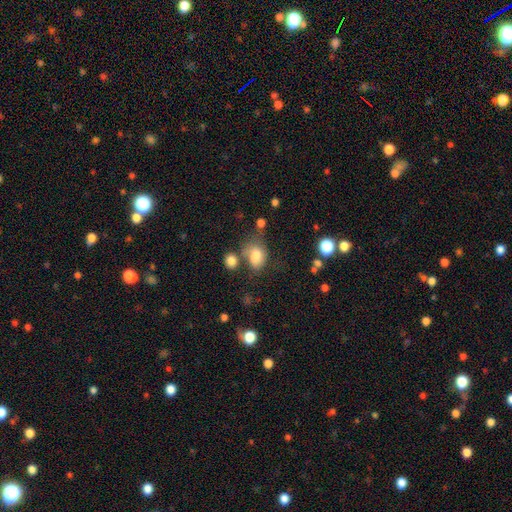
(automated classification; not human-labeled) This appears to be a smooth galaxy with no disk features (77%) that is in between round and cigar-shaped (71%). Merging: none (42%).